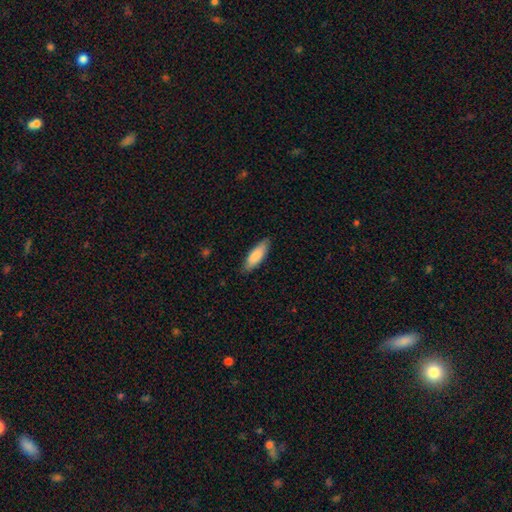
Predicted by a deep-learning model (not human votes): Overall: smooth (84%). How rounded: in between (54%; cigar-shaped 44%). Merging: none (84%).